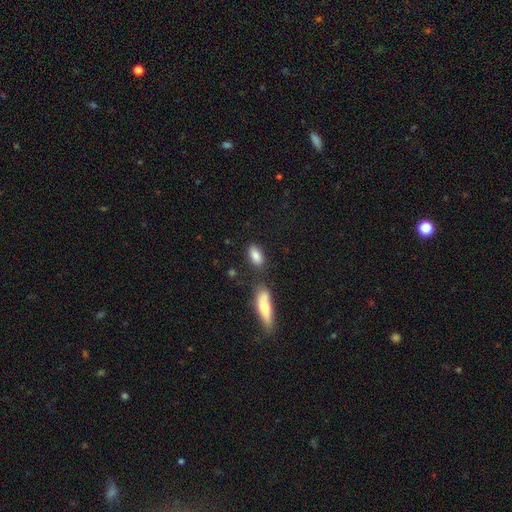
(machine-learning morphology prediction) Smooth or featured? Predicted: smooth (p=0.84). How rounded? Predicted: in between (p=0.85). Merging? Predicted: none (p=0.74).